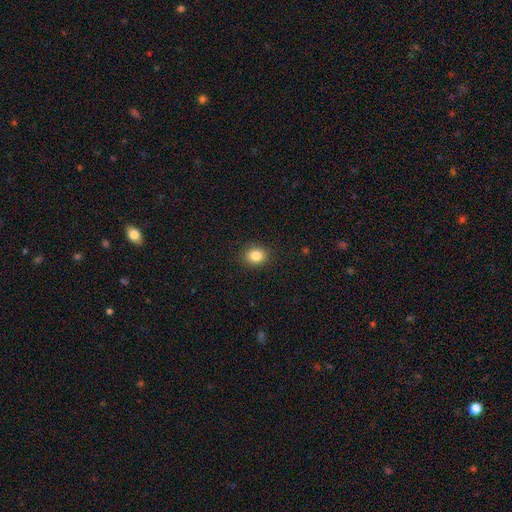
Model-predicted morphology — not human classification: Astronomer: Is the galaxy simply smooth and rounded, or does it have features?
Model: smooth — 84%.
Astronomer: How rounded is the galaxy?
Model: round — 63%.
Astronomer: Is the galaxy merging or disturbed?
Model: none — 90%.